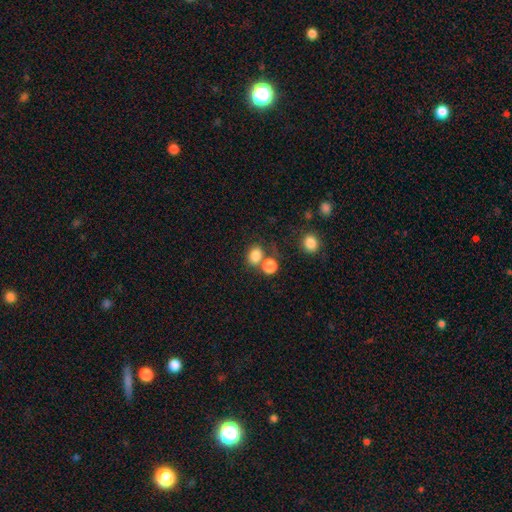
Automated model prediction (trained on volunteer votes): Smooth or featured? Predicted: smooth (p=0.82). How rounded? Predicted: round (p=0.52). Merging? Predicted: none (p=0.54).